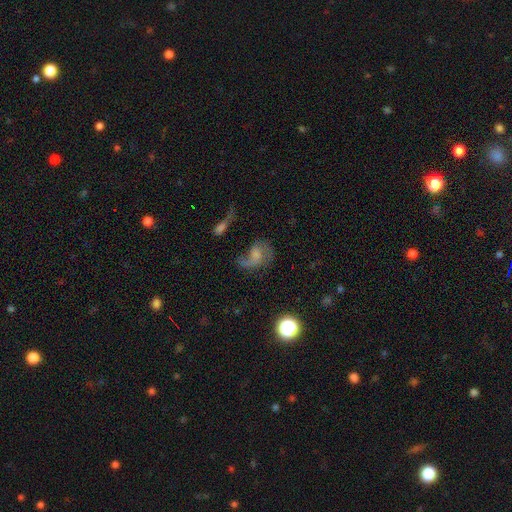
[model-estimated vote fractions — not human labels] A featured or disk galaxy (55%) with no bar (62%), spiral arms (78%) and no central bulge (35%). Merging: major disturbance (36%).